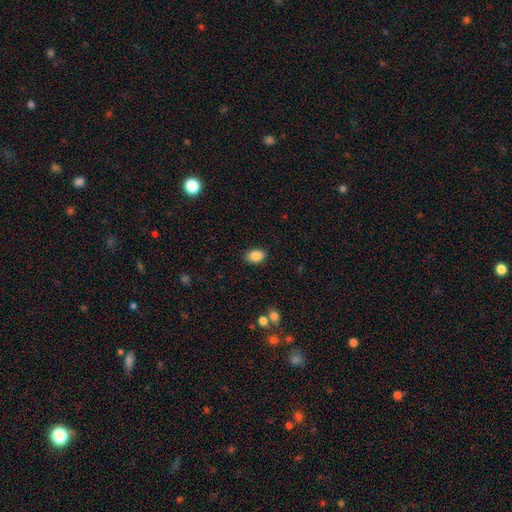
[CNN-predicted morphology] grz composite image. It shows a smooth galaxy with no disk features (86%) that is in between round and cigar-shaped (80%). Merging: none (85%).